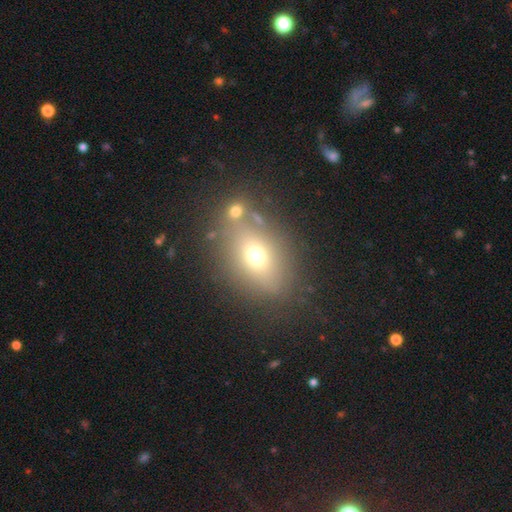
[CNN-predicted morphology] type=smooth (64%); roundness=in between (68%); merging=none (70%).